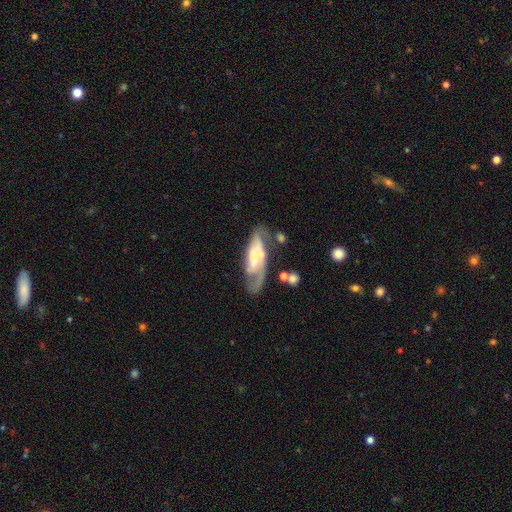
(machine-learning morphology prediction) Smooth or featured: featured or disk — 70% (smooth — 23%)
Edge-on disk: no — 87% (yes — 13%)
Bar: no — 52% (weak — 32%)
Spiral arms: yes — 87% (no — 13%)
Spiral winding: medium — 42% (tight — 36%)
Spiral arm count: 2 — 48% (1 — 28%)
Bulge size: small — 39% (none — 30%)
Merging: none — 48% (minor disturbance — 23%)